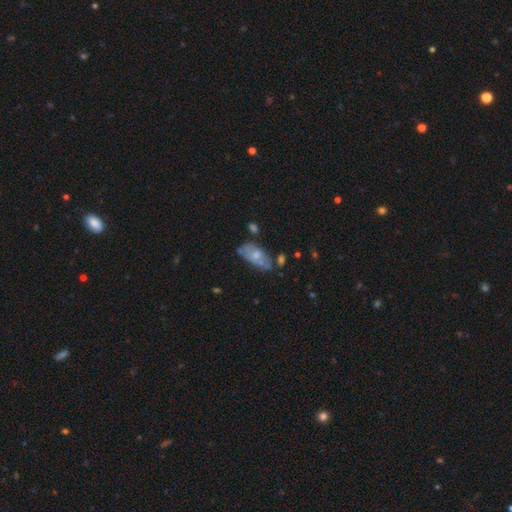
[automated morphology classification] Q: Smooth or featured?
A: smooth (54%); runner-up: featured or disk (38%)
Q: How rounded?
A: in between (89%); runner-up: cigar-shaped (8%)
Q: Merging?
A: none (44%); runner-up: minor disturbance (29%)